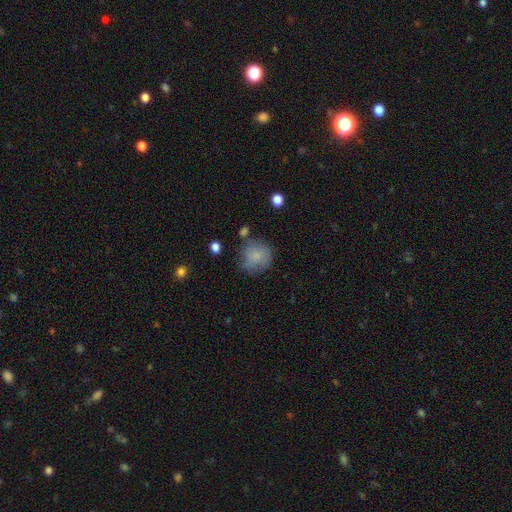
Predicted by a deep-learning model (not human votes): The model was most divided on "merging": none: 62%, minor disturbance: 23%, major disturbance: 9%, merger: 5%. More confident: how rounded — round (86%); smooth or featured — smooth (77%).